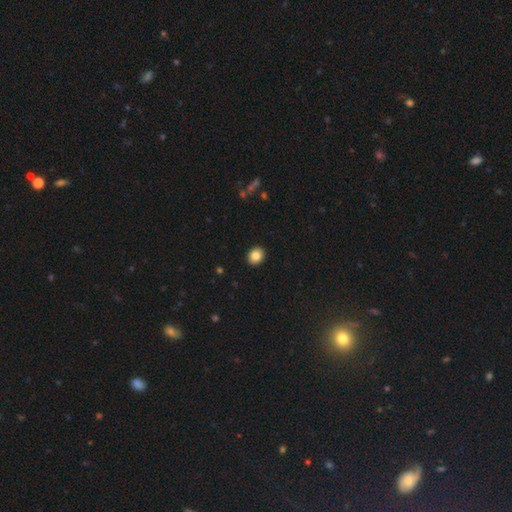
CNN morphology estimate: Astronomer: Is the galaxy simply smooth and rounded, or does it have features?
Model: smooth — 84%.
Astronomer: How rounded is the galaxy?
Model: round — 71%.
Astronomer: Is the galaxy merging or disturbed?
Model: none — 92%.